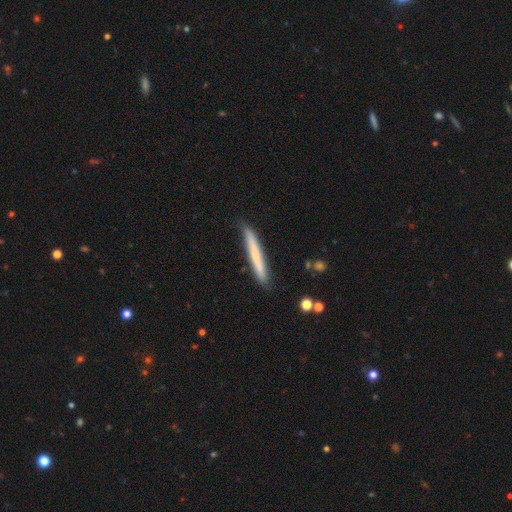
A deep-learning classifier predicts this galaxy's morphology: smooth_or_featured: smooth (p=0.58) [alt: featured or disk p=0.36]
how_rounded: cigar-shaped (p=0.96) [alt: in between p=0.02]
merging: none (p=0.85) [alt: minor disturbance p=0.11]